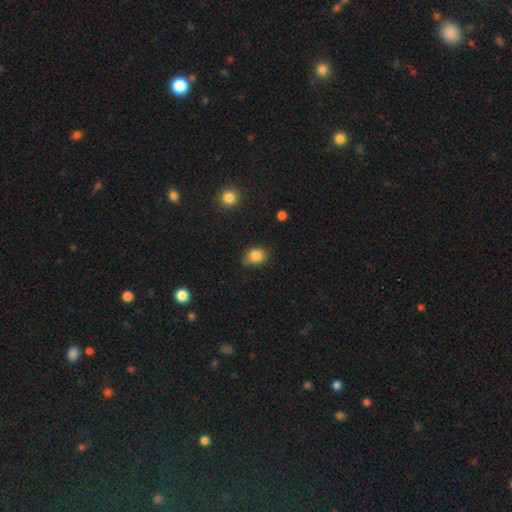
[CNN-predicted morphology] type=smooth (84%); roundness=round (57%); merging=none (66%).